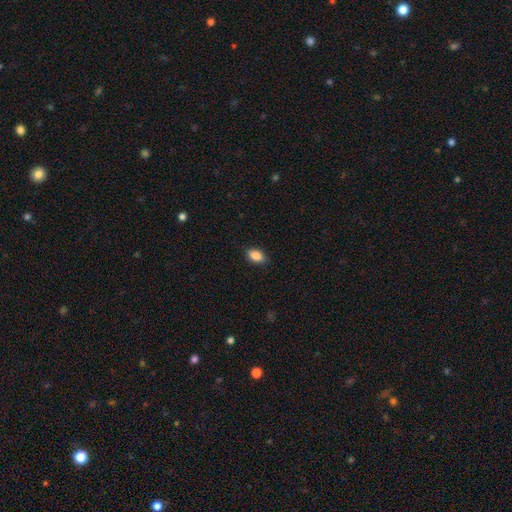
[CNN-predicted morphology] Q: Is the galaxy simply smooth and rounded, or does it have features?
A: smooth — 88%.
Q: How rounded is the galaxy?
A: in between — 90%.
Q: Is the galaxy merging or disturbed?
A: none — 87%.